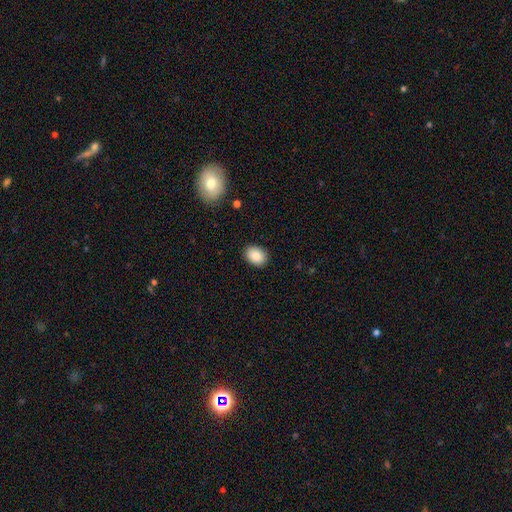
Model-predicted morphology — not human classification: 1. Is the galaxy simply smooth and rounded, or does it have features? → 88% smooth, 8% star or artifact, 4% featured or disk.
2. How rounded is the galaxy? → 67% in between, 32% round, 1% cigar-shaped.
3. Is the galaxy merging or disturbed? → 89% none, 8% minor disturbance, 2% major disturbance, 1% merger.